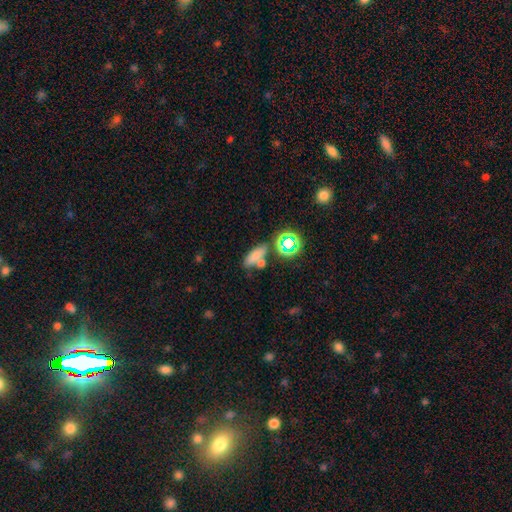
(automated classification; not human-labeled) Smooth or featured: smooth — 68% (star or artifact — 19%)
How rounded: in between — 53% (cigar-shaped — 36%)
Merging: none — 58% (merger — 23%)